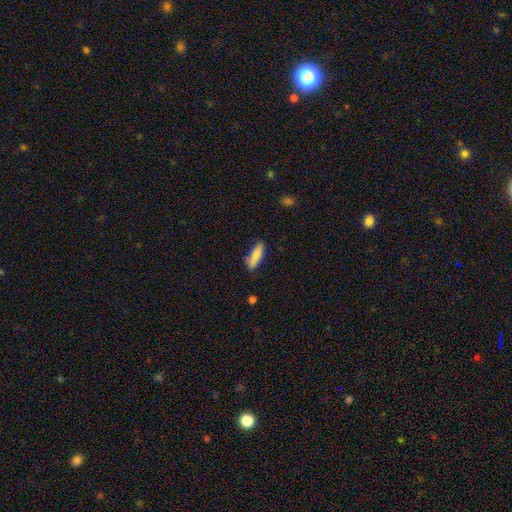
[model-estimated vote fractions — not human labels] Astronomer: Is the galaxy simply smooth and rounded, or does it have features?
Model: smooth — 86%.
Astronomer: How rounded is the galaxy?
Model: in between — 50% (runner-up: cigar-shaped, 48%).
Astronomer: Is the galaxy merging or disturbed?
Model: none — 78%.